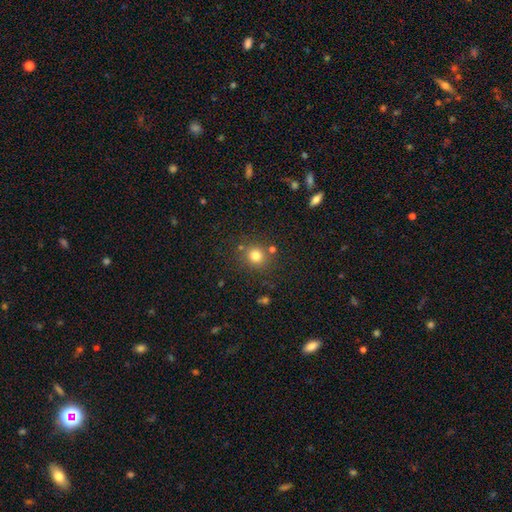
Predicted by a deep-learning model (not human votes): Smooth or featured?
  - smooth: 78% *
  - star or artifact: 15%
  - featured or disk: 7%
How rounded?
  - round: 88% *
  - in between: 11%
  - cigar-shaped: 1%
Merging?
  - none: 80% *
  - minor disturbance: 9%
  - merger: 7%
  - major disturbance: 4%